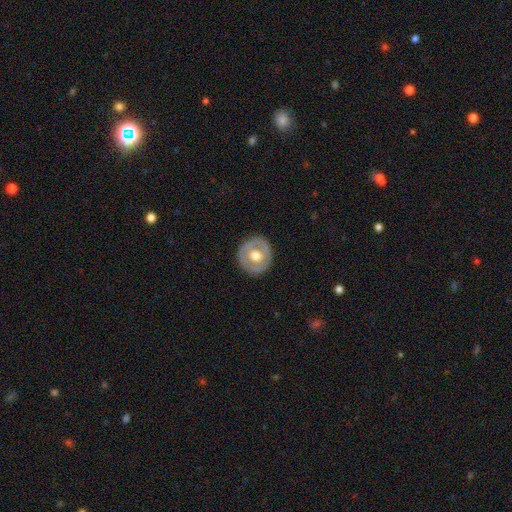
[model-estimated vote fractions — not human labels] A featured or disk galaxy (49%).

Vote fractions:
- Smooth or featured? featured or disk: 49% / smooth: 45% / star or artifact: 5%
- Merging? none: 86% / minor disturbance: 10% / major disturbance: 3% / merger: 1%